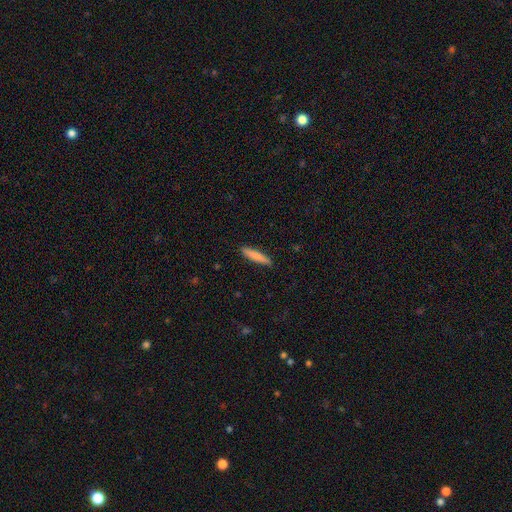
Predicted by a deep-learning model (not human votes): smooth-or-featured: smooth: 81% | featured or disk: 13% | star or artifact: 5%
  how-rounded: cigar-shaped: 90% | in between: 9% | round: 1%
  merging: none: 90% | minor disturbance: 7% | major disturbance: 2% | merger: 1%